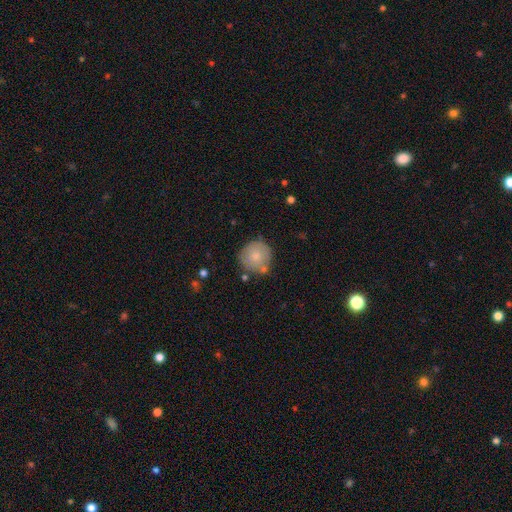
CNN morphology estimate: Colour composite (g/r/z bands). It shows a smooth galaxy with no disk features (76%) that is round (93%). Merging: none (72%).